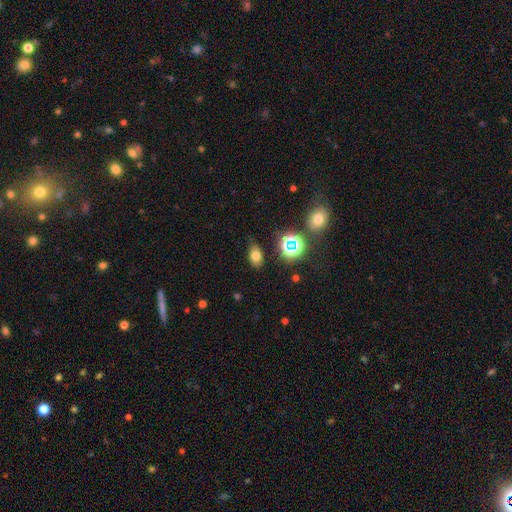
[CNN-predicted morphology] type=smooth (69%); roundness=in between (82%); merging=none (80%).